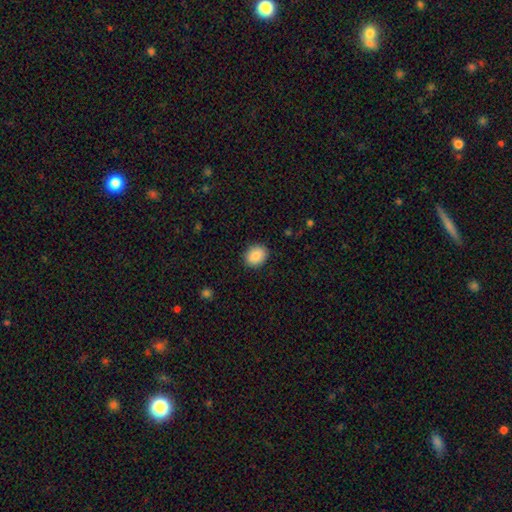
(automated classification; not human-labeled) This appears to be a smooth galaxy with no disk features (89%) that is round (51%). Merging: none (89%).